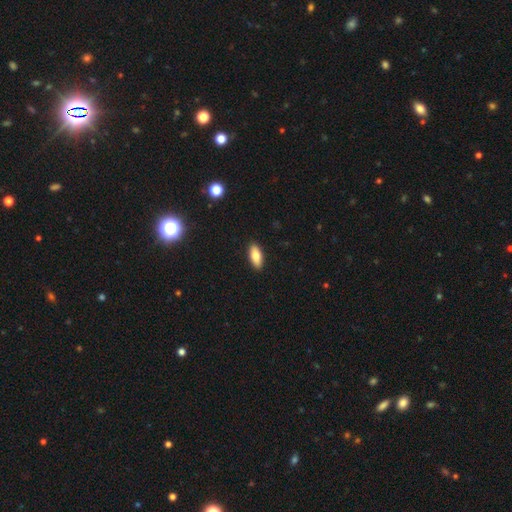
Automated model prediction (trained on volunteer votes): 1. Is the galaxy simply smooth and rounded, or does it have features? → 80% smooth, 13% featured or disk, 7% star or artifact.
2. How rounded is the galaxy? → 83% in between, 15% cigar-shaped, 2% round.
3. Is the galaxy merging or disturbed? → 91% none, 7% minor disturbance, 2% major disturbance, 1% merger.